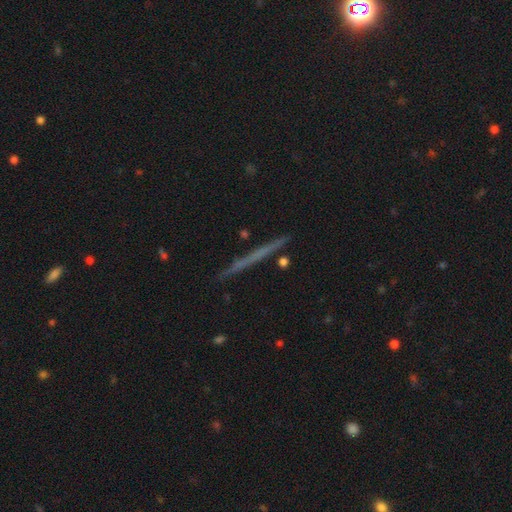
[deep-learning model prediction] Morphology: type=featured or disk (56%); edge-on=yes (96%); edge-on bulge=none (87%); merging=none (89%).